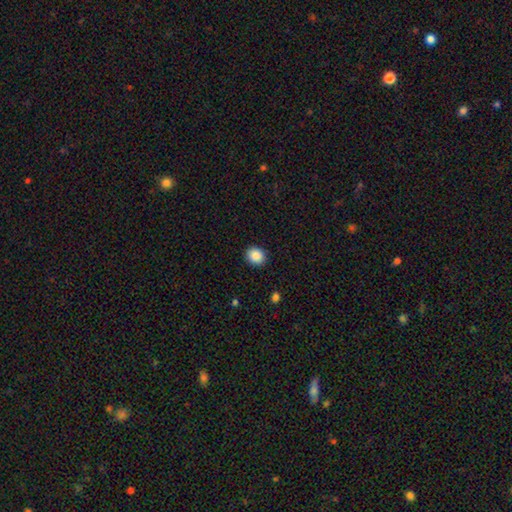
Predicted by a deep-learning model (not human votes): Smooth or featured?
  - smooth: 88% *
  - star or artifact: 9%
  - featured or disk: 3%
How rounded?
  - round: 72% *
  - in between: 27%
  - cigar-shaped: 1%
Merging?
  - none: 91% *
  - minor disturbance: 6%
  - major disturbance: 2%
  - merger: 1%